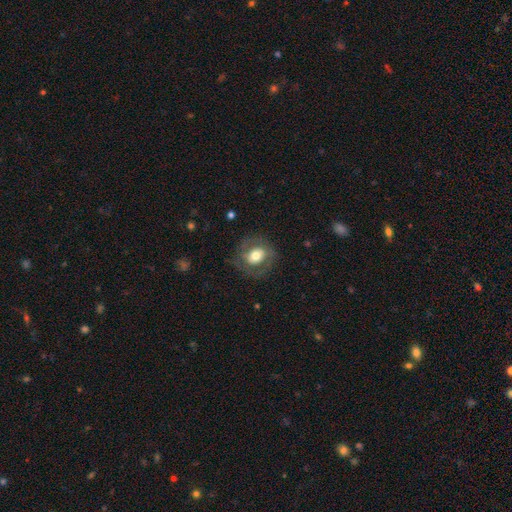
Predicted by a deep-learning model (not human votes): Smooth or featured: smooth — 51% (featured or disk — 41%)
How rounded: round — 68% (in between — 31%)
Merging: none — 73% (minor disturbance — 15%)